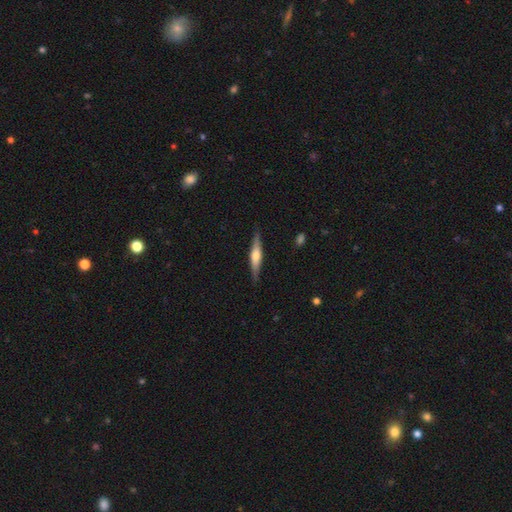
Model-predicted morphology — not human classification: Smooth or featured? Predicted: featured or disk (p=0.59). Edge-on disk? Predicted: yes (p=0.96). Edge-on bulge? Predicted: rounded (p=0.81). Merging? Predicted: none (p=0.87).